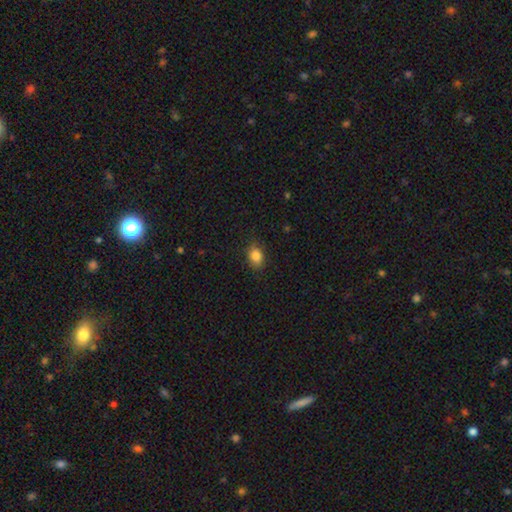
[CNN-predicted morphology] Smooth or featured? smooth (85%)
How rounded? in between (70%)
Merging? none (83%)